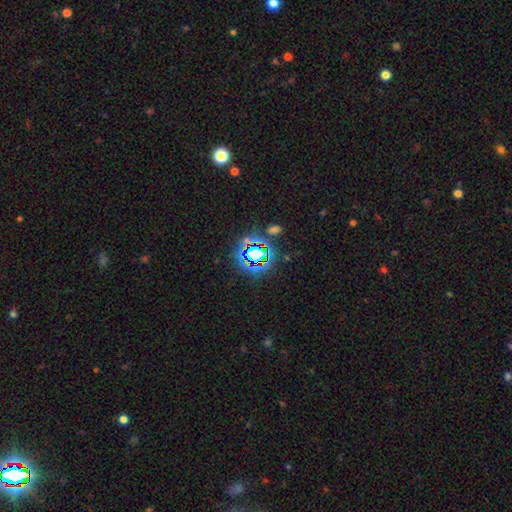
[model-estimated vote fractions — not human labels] The model was most divided on "smooth or featured": star or artifact: 69%, smooth: 19%, featured or disk: 12%.